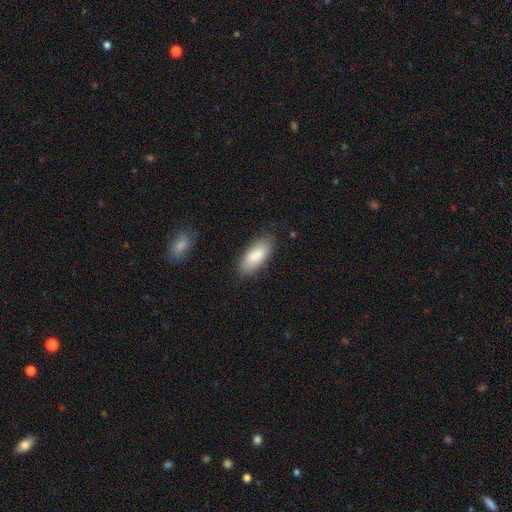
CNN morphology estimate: A smooth galaxy with no disk features (86%) that is in between round and cigar-shaped (82%).

Vote fractions:
- Smooth or featured? smooth: 86% / featured or disk: 8% / star or artifact: 6%
- How rounded? in between: 82% / cigar-shaped: 16% / round: 2%
- Merging? none: 82% / minor disturbance: 13% / major disturbance: 3% / merger: 2%